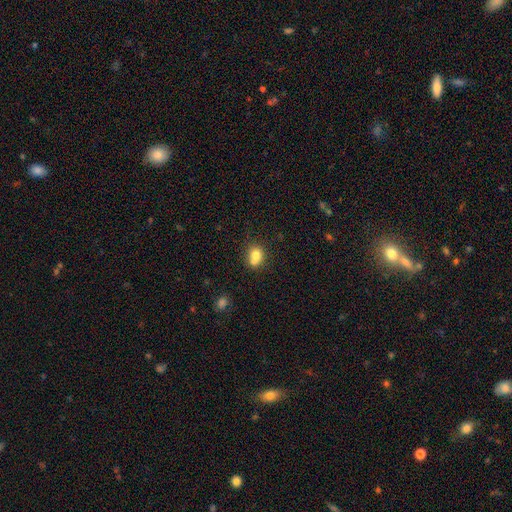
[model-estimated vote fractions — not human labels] A smooth galaxy with no disk features (74%) that is round (59%). Merging: merger (43%).